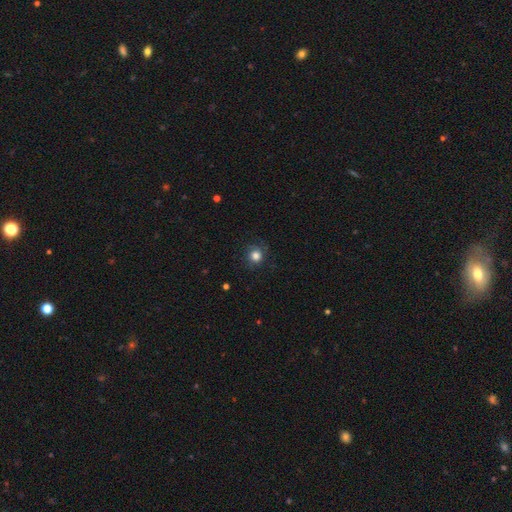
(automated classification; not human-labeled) A smooth galaxy with no disk features (80%) that is round (89%). Merging: none (80%).